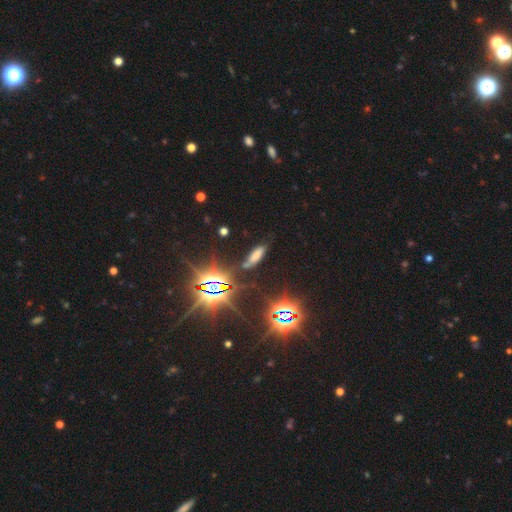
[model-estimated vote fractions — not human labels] smooth 50%, star or artifact 38%, featured or disk 12%. Down the decision tree: how rounded — cigar-shaped (49%); merging — none (73%).